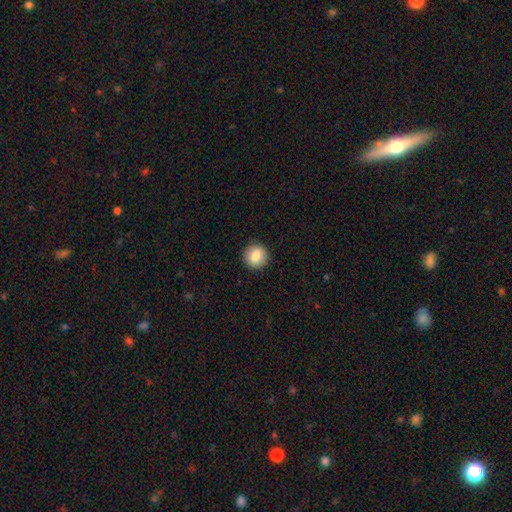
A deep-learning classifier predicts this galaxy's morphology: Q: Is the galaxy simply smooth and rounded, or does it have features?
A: smooth — 82%.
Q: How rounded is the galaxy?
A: round — 91%.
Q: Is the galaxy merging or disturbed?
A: none — 91%.